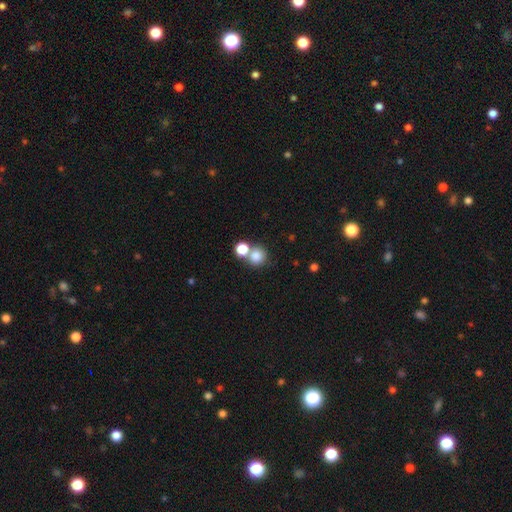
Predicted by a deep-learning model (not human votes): Smooth or featured: smooth — 81% (star or artifact — 12%)
How rounded: round — 87% (in between — 12%)
Merging: none — 52% (merger — 37%)